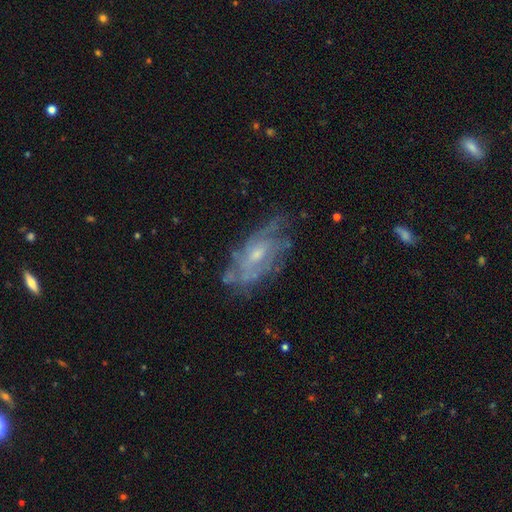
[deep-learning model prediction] smooth_or_featured: featured or disk (p=0.76) [alt: smooth p=0.16]
disk_edge_on: no (p=0.92) [alt: yes p=0.08]
bar: no (p=0.62) [alt: weak p=0.33]
has_spiral_arms: yes (p=0.78) [alt: no p=0.22]
spiral_winding: tight (p=0.50) [alt: medium p=0.36]
spiral_arm_count: can't tell (p=0.57) [alt: 2 p=0.17]
bulge_size: small (p=0.50) [alt: moderate p=0.42]
merging: none (p=0.62) [alt: minor disturbance p=0.24]